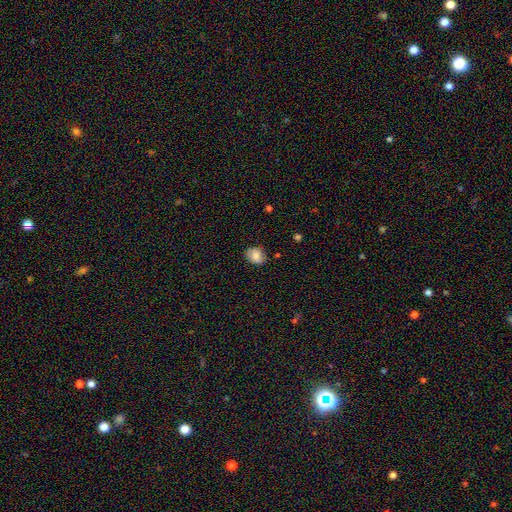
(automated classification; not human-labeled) A smooth galaxy with no disk features (73%) that is in between round and cigar-shaped (51%).

Vote fractions:
- Smooth or featured? smooth: 73% / featured or disk: 18% / star or artifact: 9%
- How rounded? in between: 51% / round: 48% / cigar-shaped: 1%
- Merging? none: 80% / minor disturbance: 15% / major disturbance: 4% / merger: 1%